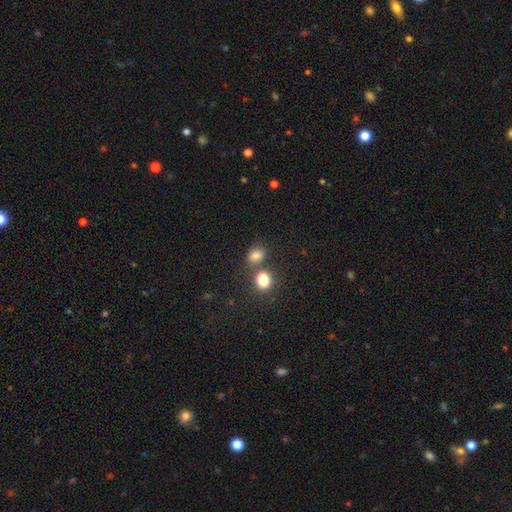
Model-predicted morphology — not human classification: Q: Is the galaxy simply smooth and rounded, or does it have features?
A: smooth — 81%.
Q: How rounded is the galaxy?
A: in between — 52%.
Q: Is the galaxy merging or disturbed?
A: none — 58%.